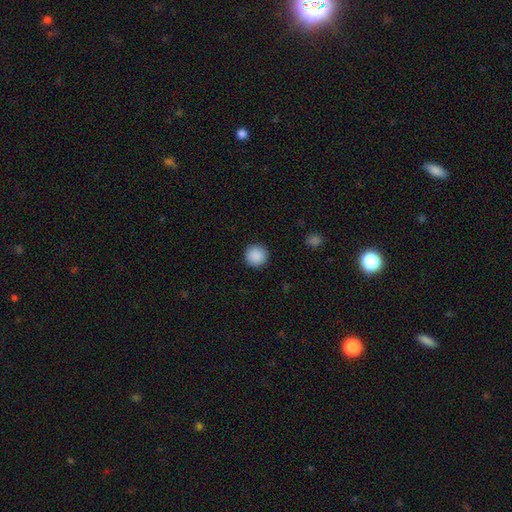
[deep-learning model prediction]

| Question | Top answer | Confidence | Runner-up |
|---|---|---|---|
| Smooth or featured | smooth | 90% | star or artifact (8%) |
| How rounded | round | 96% | in between (3%) |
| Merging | none | 93% | minor disturbance (4%) |